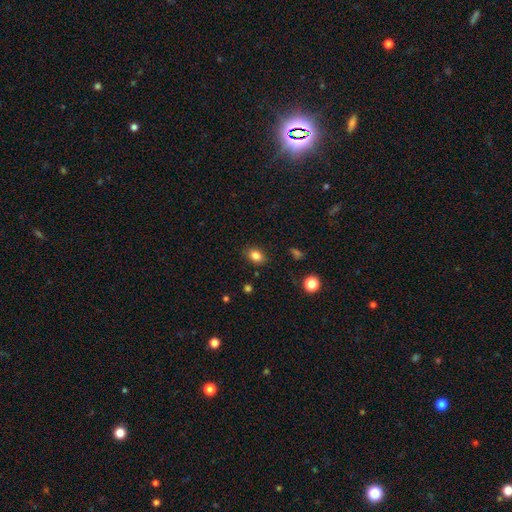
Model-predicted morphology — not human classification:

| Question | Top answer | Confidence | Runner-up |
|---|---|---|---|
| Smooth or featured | smooth | 83% | star or artifact (11%) |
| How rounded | in between | 72% | round (27%) |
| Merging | none | 85% | minor disturbance (11%) |